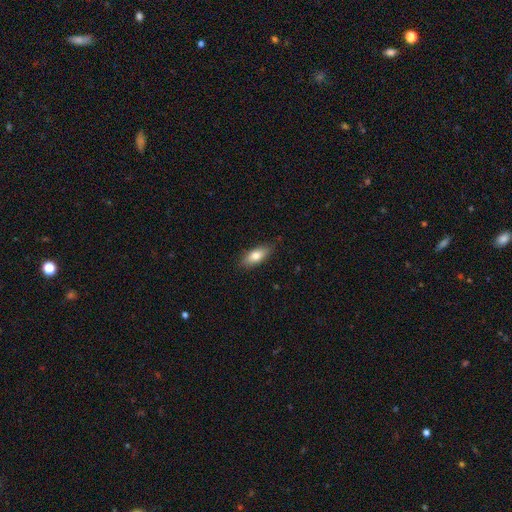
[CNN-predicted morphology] smooth-or-featured: smooth: 78% | featured or disk: 16% | star or artifact: 7%
  how-rounded: in between: 78% | cigar-shaped: 19% | round: 3%
  merging: none: 84% | minor disturbance: 13% | major disturbance: 2% | merger: 1%